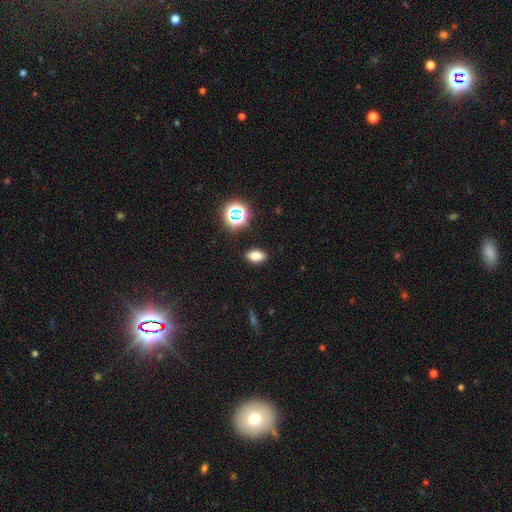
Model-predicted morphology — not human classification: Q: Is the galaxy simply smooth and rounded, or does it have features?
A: smooth — 75%.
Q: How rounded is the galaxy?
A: in between — 87%.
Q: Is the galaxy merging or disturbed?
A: none — 89%.